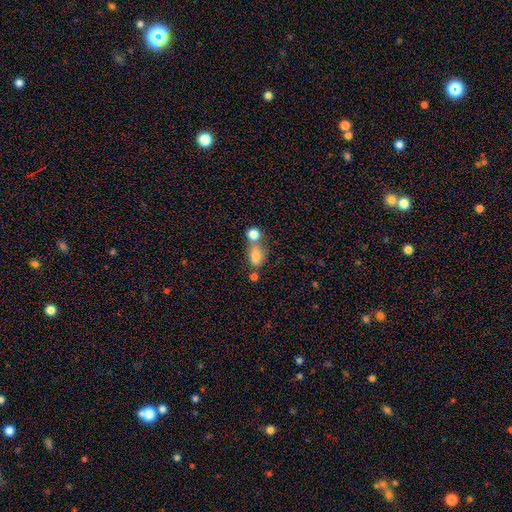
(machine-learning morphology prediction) Q: Smooth or featured?
A: smooth (77%); runner-up: star or artifact (12%)
Q: How rounded?
A: in between (73%); runner-up: round (23%)
Q: Merging?
A: merger (42%); runner-up: none (37%)